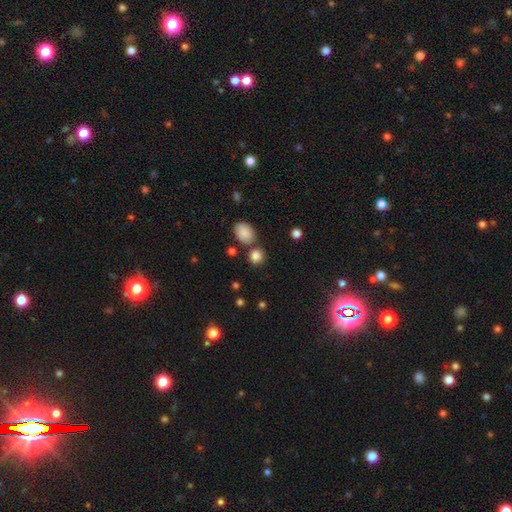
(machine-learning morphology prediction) Smooth or featured? Predicted: smooth (p=0.84). How rounded? Predicted: round (p=0.81). Merging? Predicted: none (p=0.73).